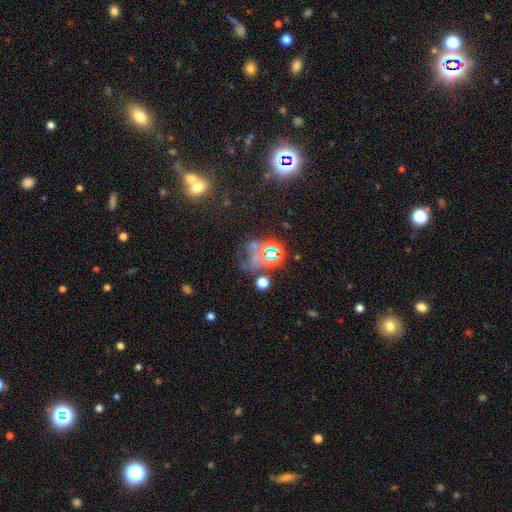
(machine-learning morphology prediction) smooth-or-featured: star or artifact: 56% | smooth: 23% | featured or disk: 21%